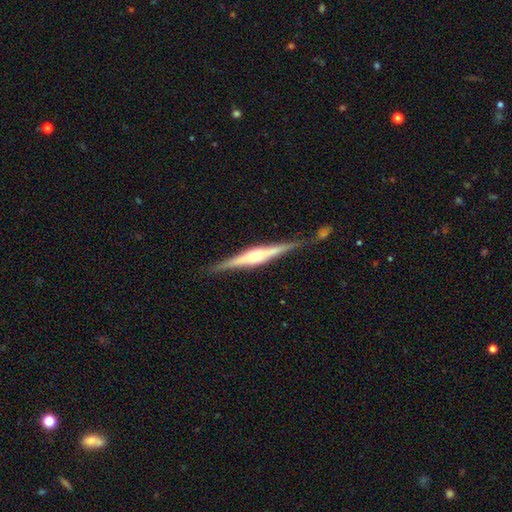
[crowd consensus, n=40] A featured or disk galaxy (95%) viewed edge-on (97%) with a rounded central bulge (73%).

Vote fractions:
- Smooth or featured? featured or disk: 95% / smooth: 2% / star or artifact: 2%
- Edge-on disk? yes: 97% / no: 3%
- Edge-on bulge? rounded: 73% / boxy: 27% / none: 0%
- Merging? none: 95% / major disturbance: 3% / merger: 3% / minor disturbance: 0%